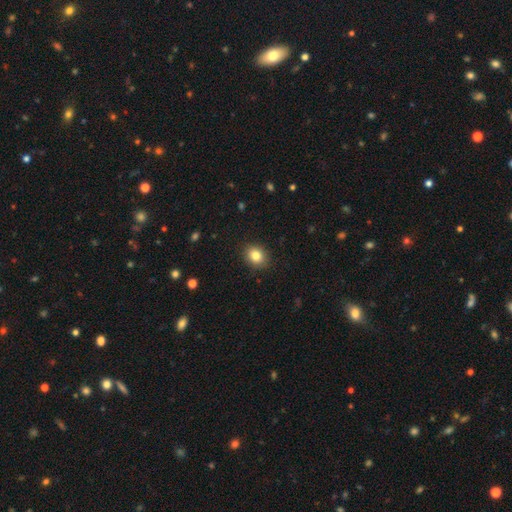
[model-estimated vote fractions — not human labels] Morphology: type=smooth (83%); roundness=in between (51%); merging=none (89%).